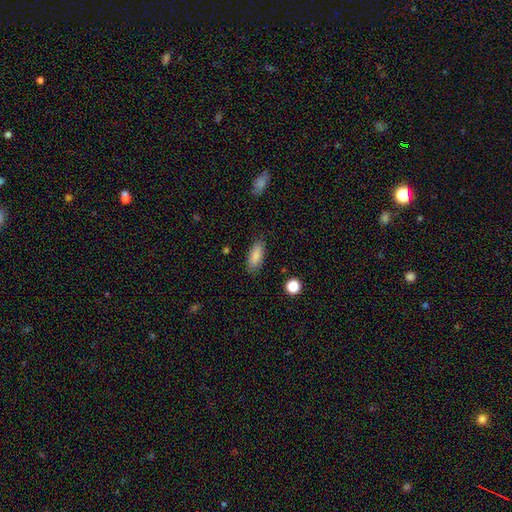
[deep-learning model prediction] Smooth or featured? Predicted: smooth (p=0.86). How rounded? Predicted: in between (p=0.78). Merging? Predicted: none (p=0.85).